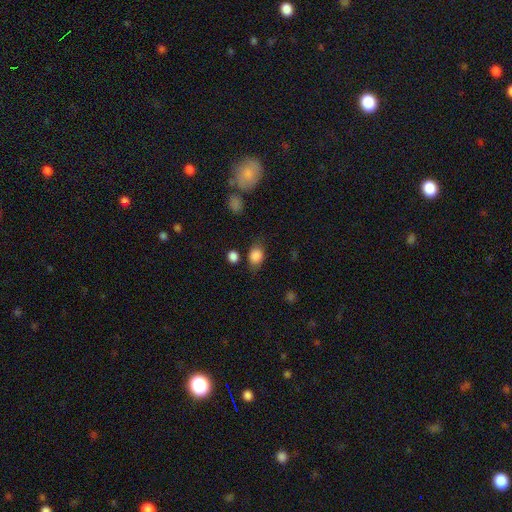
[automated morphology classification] smooth-or-featured: smooth: 85% | star or artifact: 9% | featured or disk: 5%
  how-rounded: in between: 63% | round: 35% | cigar-shaped: 2%
  merging: none: 70% | minor disturbance: 18% | major disturbance: 6% | merger: 5%